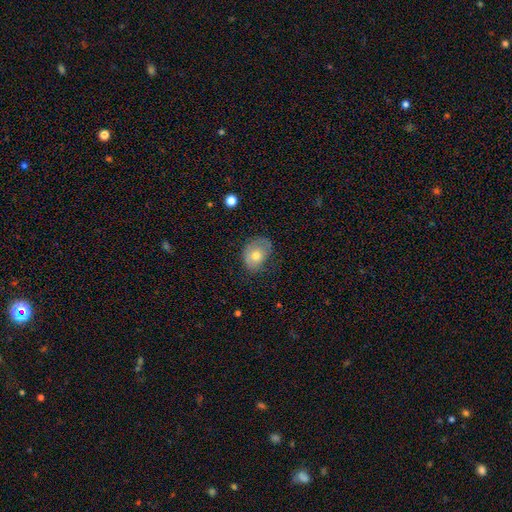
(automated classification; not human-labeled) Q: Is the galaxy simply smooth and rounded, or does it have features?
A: smooth — 65%.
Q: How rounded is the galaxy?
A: in between — 59%.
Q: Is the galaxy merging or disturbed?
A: none — 51%.